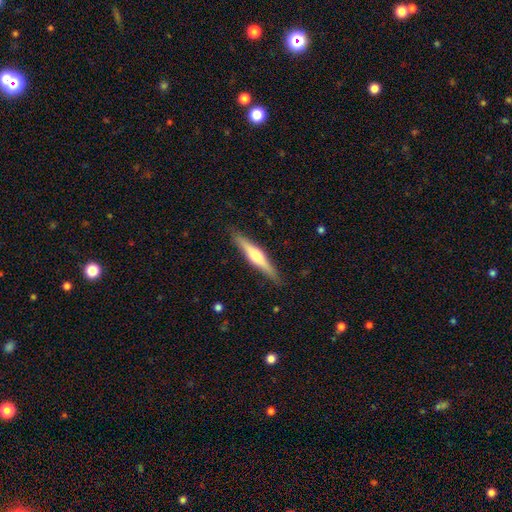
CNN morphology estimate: The model was most divided on "smooth or featured": featured or disk: 62%, smooth: 33%, star or artifact: 5%. More confident: edge-on disk — yes (97%); merging — none (89%); edge-on bulge — rounded (86%).